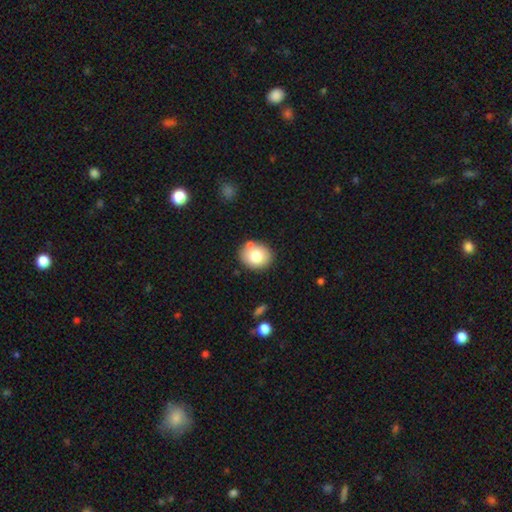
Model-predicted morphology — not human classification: The model was most divided on "how rounded": round: 63%, in between: 36%, cigar-shaped: 1%. More confident: merging — none (76%); smooth or featured — smooth (76%).